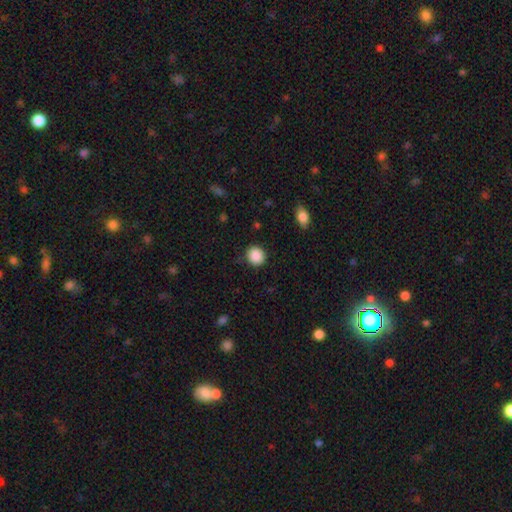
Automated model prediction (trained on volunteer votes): smooth_or_featured: smooth (p=0.89) [alt: star or artifact p=0.09]
how_rounded: round (p=0.87) [alt: in between p=0.12]
merging: none (p=0.88) [alt: minor disturbance p=0.09]